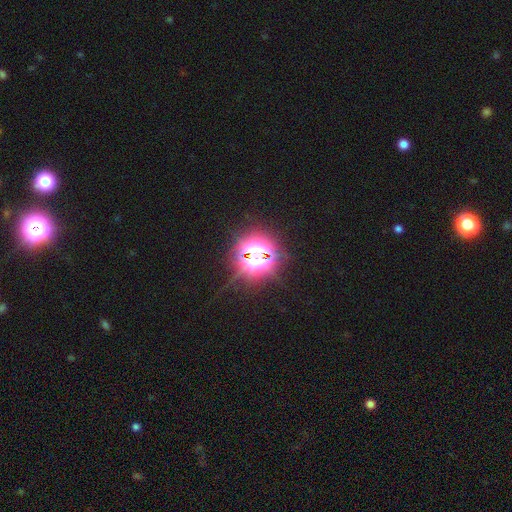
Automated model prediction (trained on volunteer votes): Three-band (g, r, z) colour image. It shows a star or artifact, not a galaxy (65%).